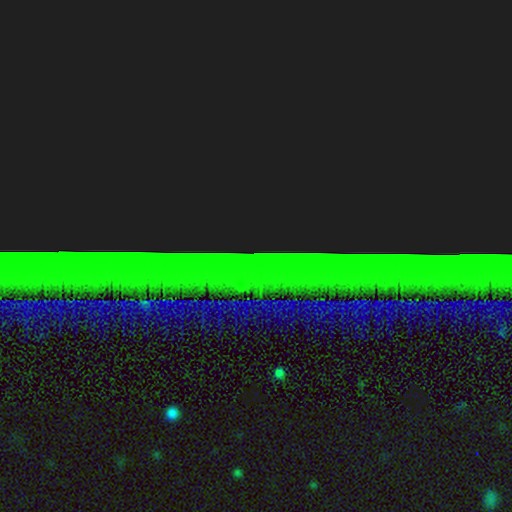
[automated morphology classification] Overall: star or artifact (87%).